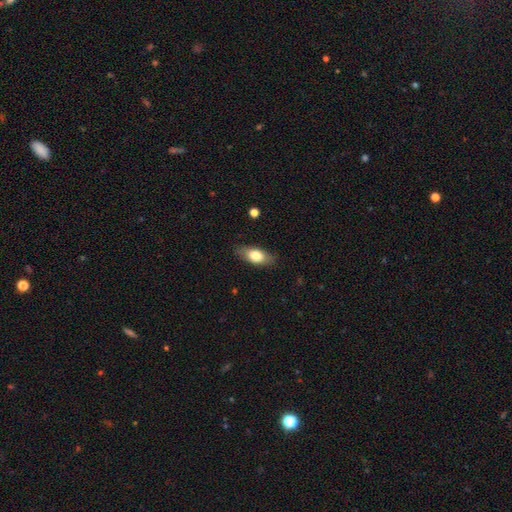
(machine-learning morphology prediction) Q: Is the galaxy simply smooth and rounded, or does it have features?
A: smooth — 75%.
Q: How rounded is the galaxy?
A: in between — 84%.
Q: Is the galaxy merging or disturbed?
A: none — 83%.